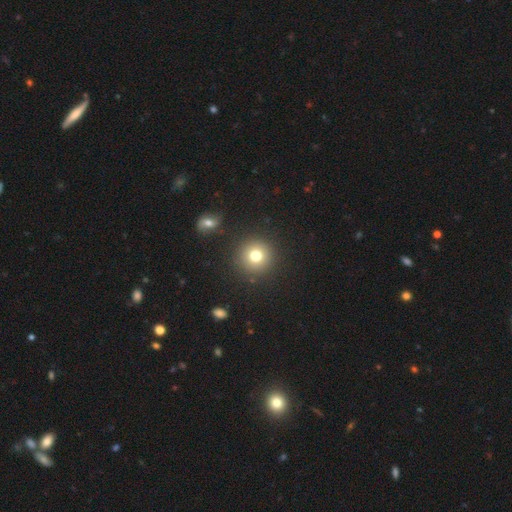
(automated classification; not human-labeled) Smooth or featured? smooth (77%)
How rounded? round (94%)
Merging? none (89%)